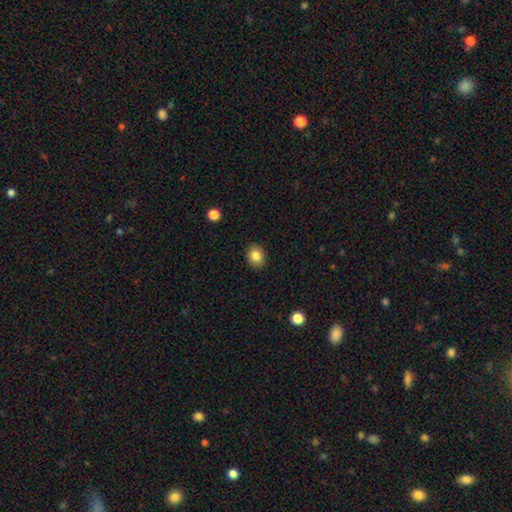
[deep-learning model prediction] Smooth or featured? smooth (83%)
How rounded? round (57%)
Merging? none (90%)